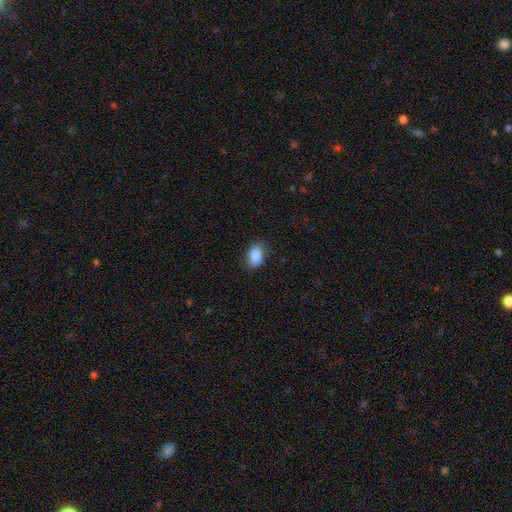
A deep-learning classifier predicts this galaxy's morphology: Q: Smooth or featured?
A: smooth (86%); runner-up: star or artifact (8%)
Q: How rounded?
A: in between (85%); runner-up: round (13%)
Q: Merging?
A: none (79%); runner-up: minor disturbance (16%)